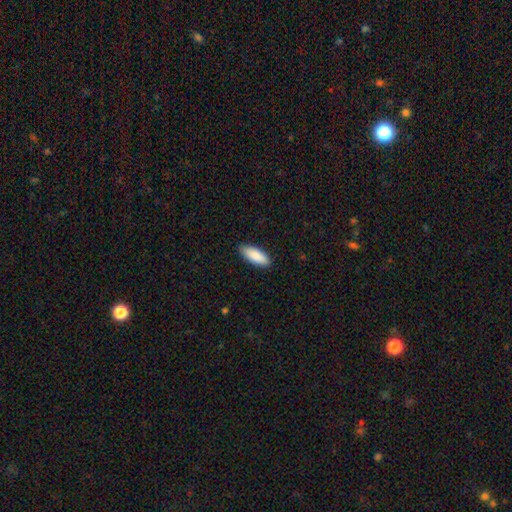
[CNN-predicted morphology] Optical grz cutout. It shows a smooth galaxy with no disk features (89%) that is in between round and cigar-shaped (73%). Merging: none (89%).